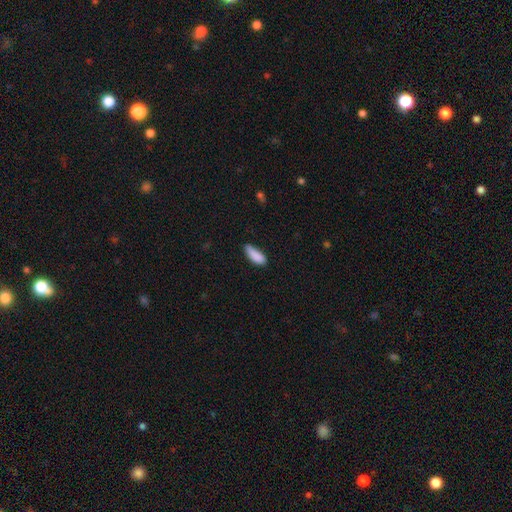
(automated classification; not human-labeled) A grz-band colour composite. It shows a smooth galaxy with no disk features (88%) that is in between round and cigar-shaped (70%). Merging: none (61%).